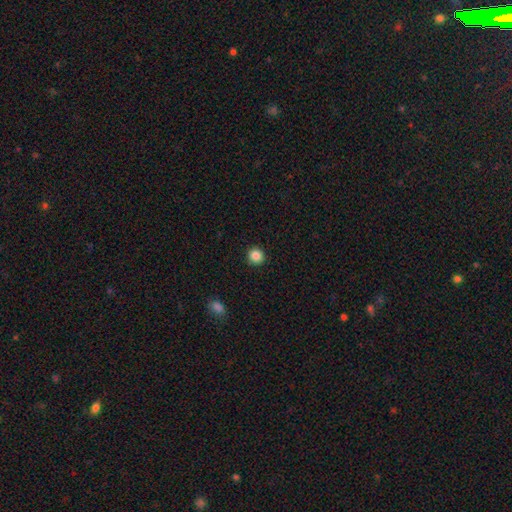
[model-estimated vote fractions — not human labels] A smooth galaxy with no disk features (87%) that is round (94%). Merging: none (93%).